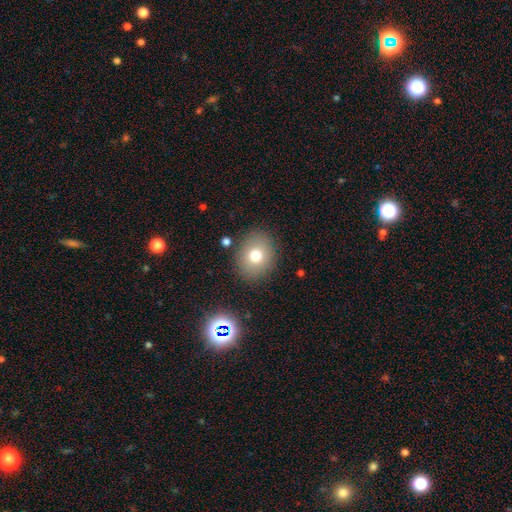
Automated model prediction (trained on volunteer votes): A smooth galaxy with no disk features (74%) that is round (56%). Merging: none (86%).